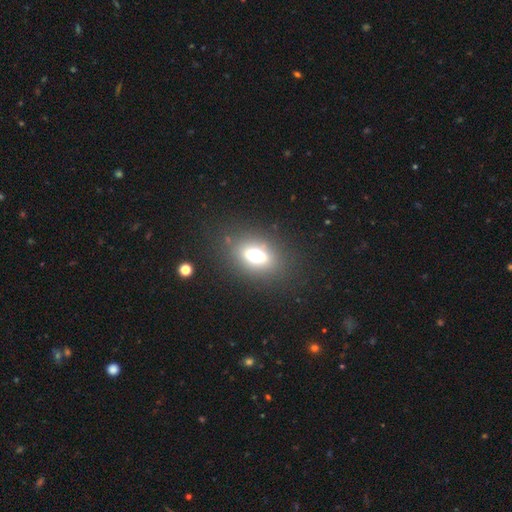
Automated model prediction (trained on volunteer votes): This is likely a smooth galaxy (62%). How rounded: likely in between (74%). Merging: clearly none (82%).